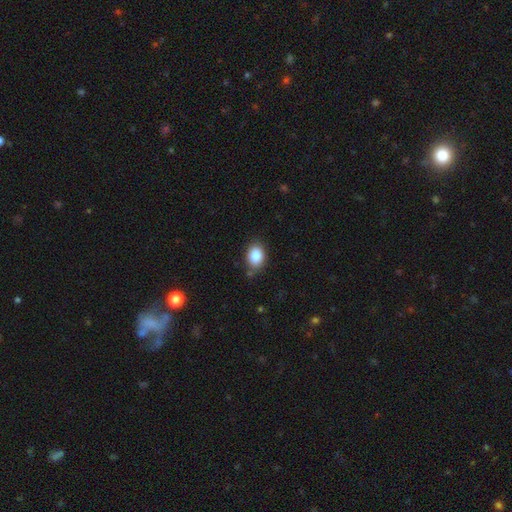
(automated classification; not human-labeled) Morphology: type=smooth (87%); roundness=in between (72%); merging=none (78%).